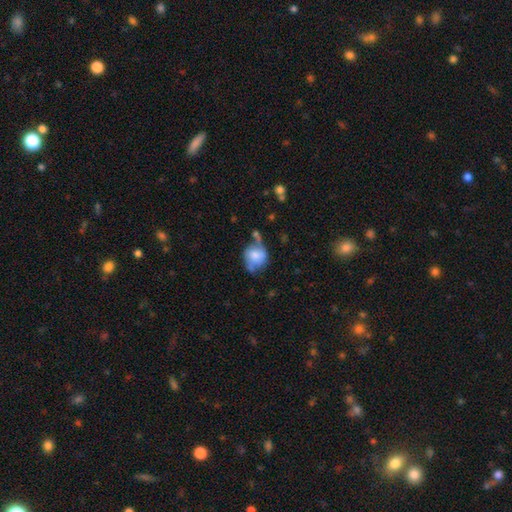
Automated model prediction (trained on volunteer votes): smooth-or-featured: smooth: 55% | featured or disk: 37% | star or artifact: 8%
  how-rounded: round: 65% | in between: 33% | cigar-shaped: 1%
  merging: none: 41% | minor disturbance: 27% | major disturbance: 18% | merger: 14%